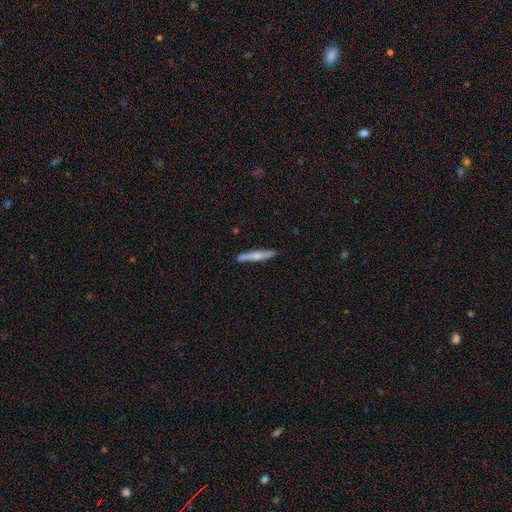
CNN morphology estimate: smooth-or-featured: smooth: 49% | featured or disk: 45% | star or artifact: 5%
  merging: none: 89% | minor disturbance: 8% | merger: 2% | major disturbance: 1%